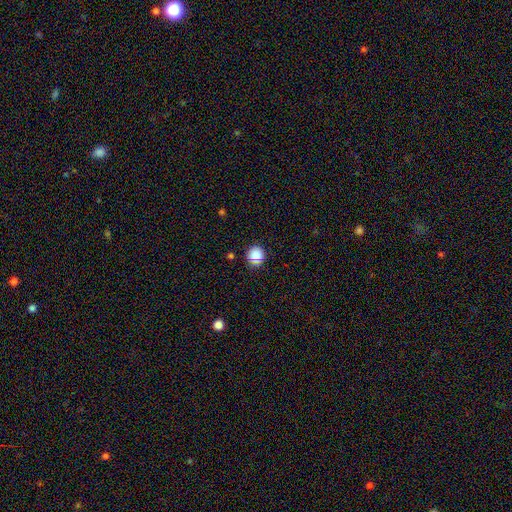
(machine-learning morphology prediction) This appears to be a smooth galaxy with no disk features (86%) that is round (88%). Merging: none (83%).